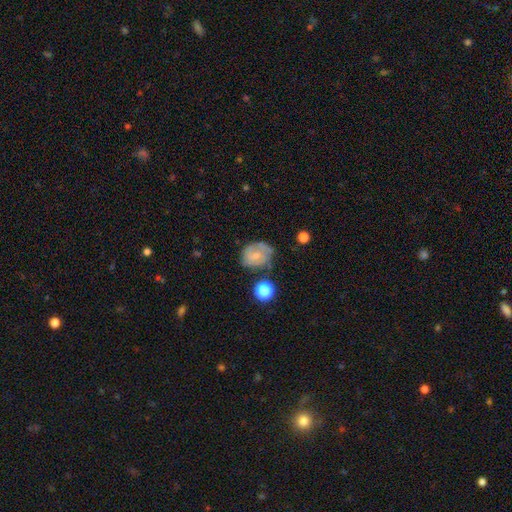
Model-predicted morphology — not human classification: Q: Smooth or featured?
A: featured or disk (46%); runner-up: smooth (44%)
Q: Merging?
A: none (54%); runner-up: minor disturbance (28%)